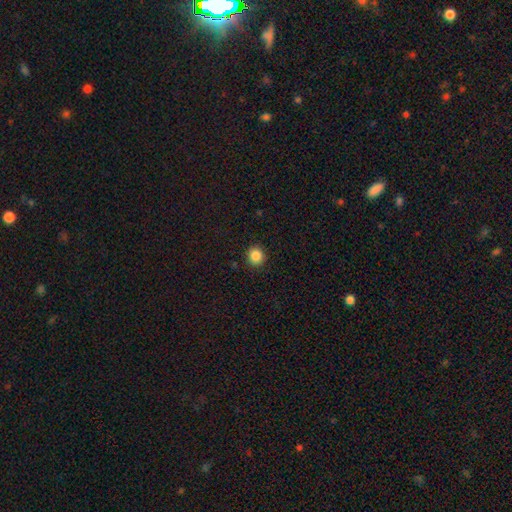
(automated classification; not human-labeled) This is clearly a smooth galaxy (86%). How rounded: clearly round (89%). Merging: clearly none (92%).